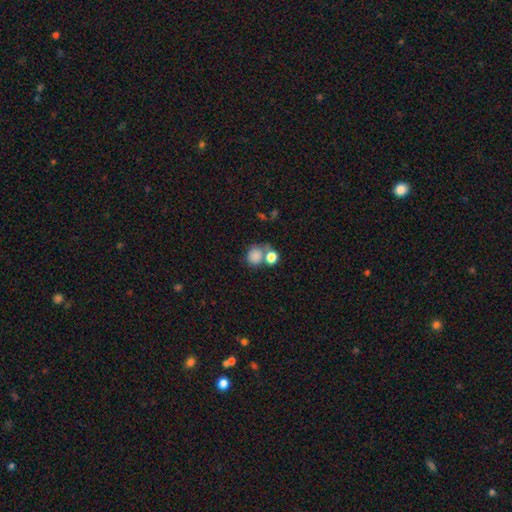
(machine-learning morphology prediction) The model was most divided on "merging": none: 48%, merger: 35%, minor disturbance: 11%, major disturbance: 6%. More confident: smooth or featured — smooth (82%); how rounded — round (80%).